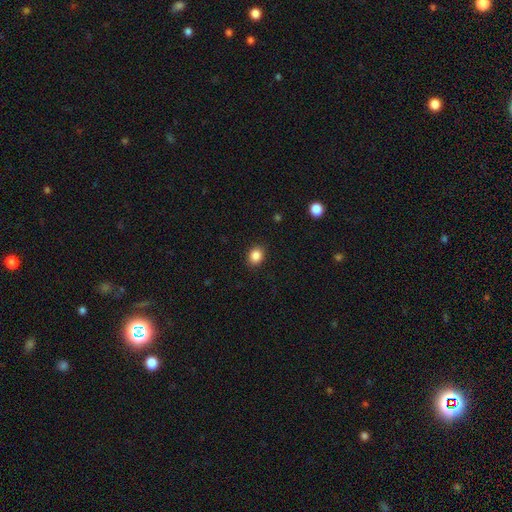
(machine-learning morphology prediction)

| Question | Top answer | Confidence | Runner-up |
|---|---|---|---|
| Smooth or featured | smooth | 86% | star or artifact (10%) |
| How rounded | round | 58% | in between (41%) |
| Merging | none | 89% | minor disturbance (8%) |